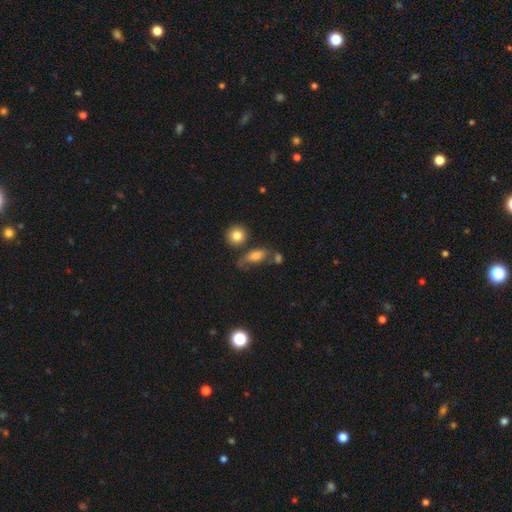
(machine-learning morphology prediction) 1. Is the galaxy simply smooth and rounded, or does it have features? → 74% smooth, 16% featured or disk, 10% star or artifact.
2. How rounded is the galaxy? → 78% in between, 12% cigar-shaped, 9% round.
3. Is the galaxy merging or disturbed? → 48% none, 23% minor disturbance, 15% merger, 13% major disturbance.